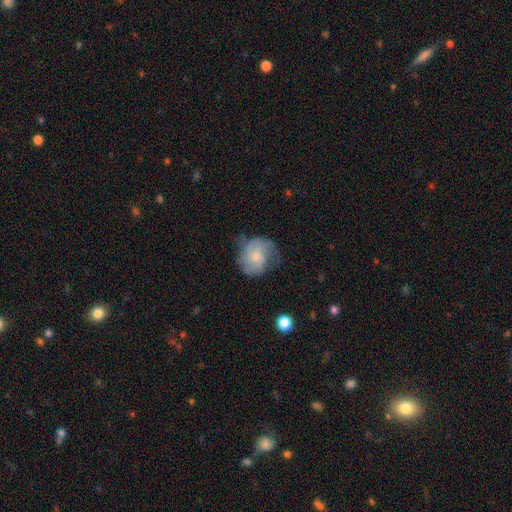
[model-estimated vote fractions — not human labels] Q: Smooth or featured?
A: featured or disk (47%); runner-up: smooth (45%)
Q: Merging?
A: none (48%); runner-up: minor disturbance (33%)